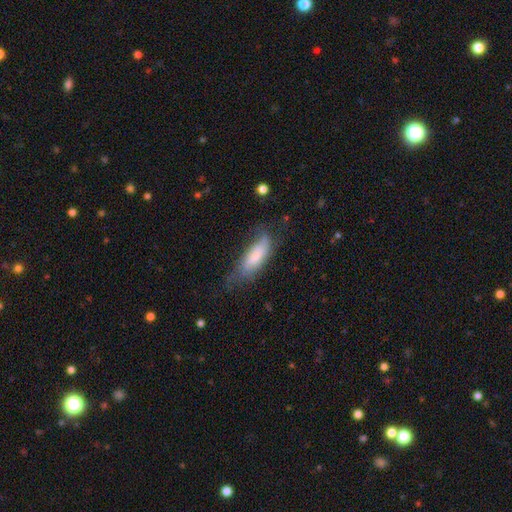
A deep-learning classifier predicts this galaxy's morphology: Overall: smooth (66%; featured or disk 27%). How rounded: in between (67%; cigar-shaped 31%). Merging: none (45%; minor disturbance 34%).